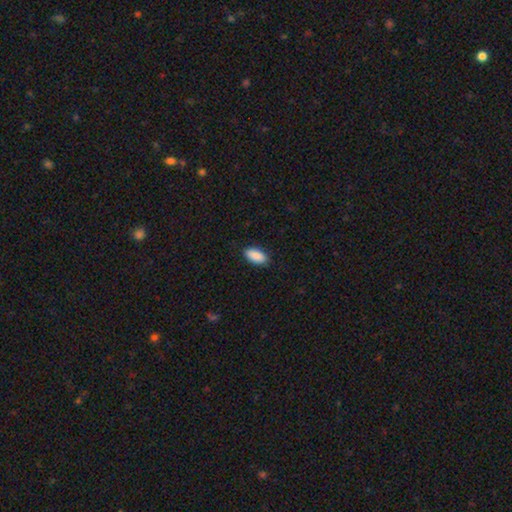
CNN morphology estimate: smooth 90%, star or artifact 6%, featured or disk 3%. Down the decision tree: how rounded — in between (92%); merging — none (88%).